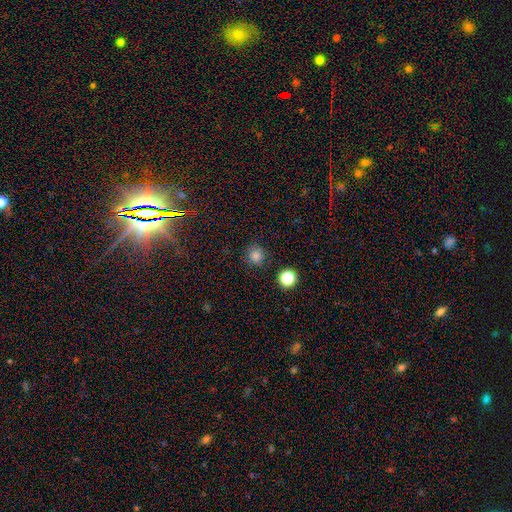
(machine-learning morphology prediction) This is clearly a smooth galaxy (81%). How rounded: clearly round (92%). Merging: clearly none (89%).